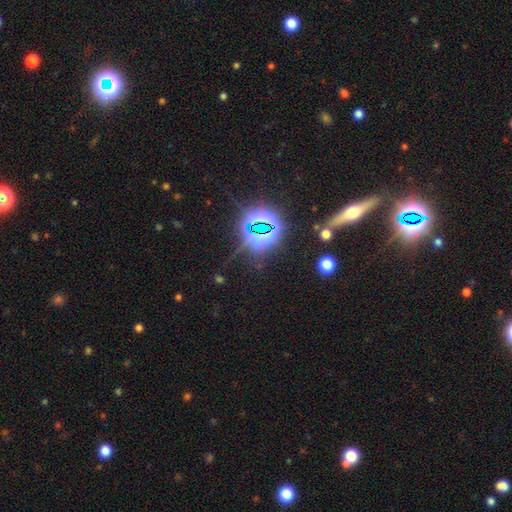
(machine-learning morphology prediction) This is likely a star or artifact rather than a galaxy (70%).